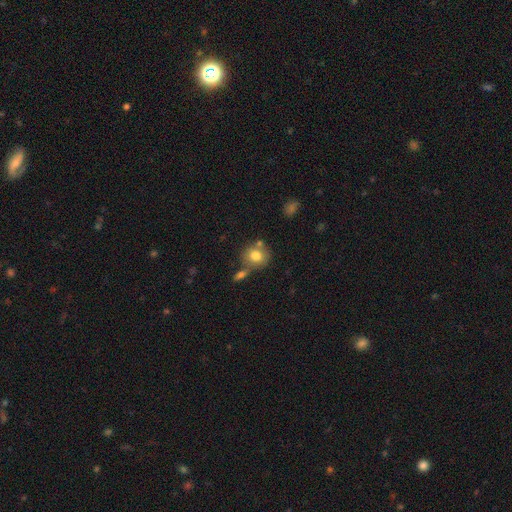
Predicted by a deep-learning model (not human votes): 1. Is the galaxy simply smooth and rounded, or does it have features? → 78% smooth, 13% featured or disk, 9% star or artifact.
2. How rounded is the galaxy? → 76% round, 22% in between, 1% cigar-shaped.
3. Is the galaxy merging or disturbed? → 57% none, 25% merger, 14% minor disturbance, 5% major disturbance.